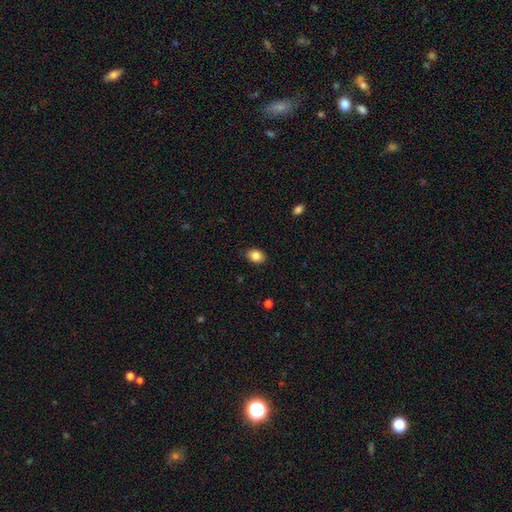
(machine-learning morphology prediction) smooth 85%, star or artifact 9%, featured or disk 6%. Down the decision tree: how rounded — in between (72%); merging — none (86%).